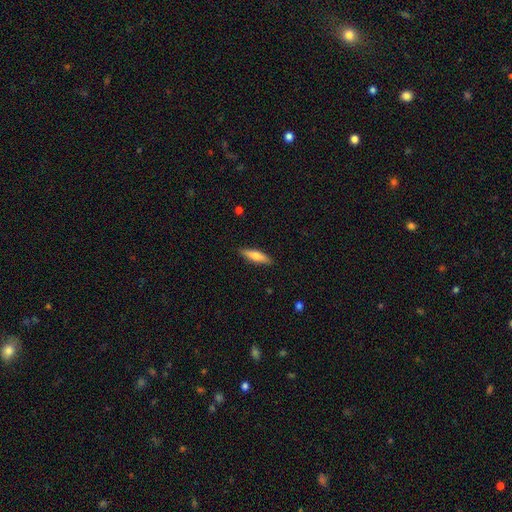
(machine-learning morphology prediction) Smooth or featured? Predicted: smooth (p=0.67). How rounded? Predicted: cigar-shaped (p=0.68). Merging? Predicted: none (p=0.89).